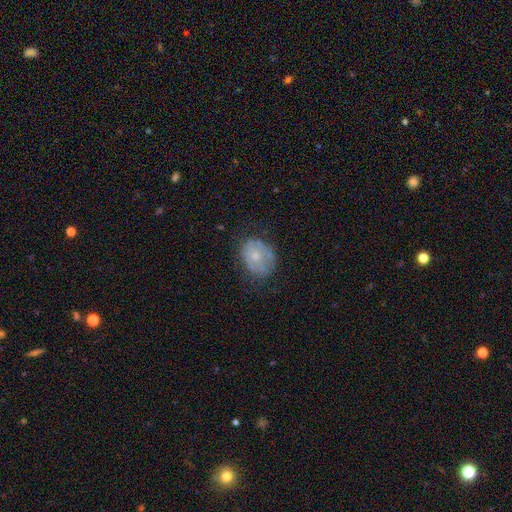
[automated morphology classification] type=smooth (56%); roundness=in between (54%); merging=none (57%).